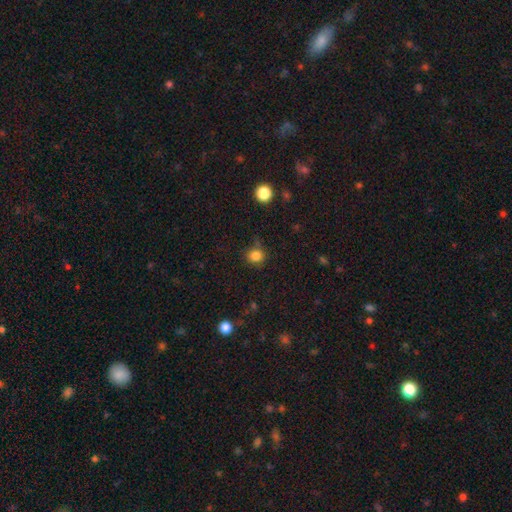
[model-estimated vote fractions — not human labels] Smooth or featured?
  - smooth: 83% *
  - star or artifact: 13%
  - featured or disk: 5%
How rounded?
  - round: 85% *
  - in between: 14%
  - cigar-shaped: 1%
Merging?
  - none: 74% *
  - minor disturbance: 17%
  - major disturbance: 5%
  - merger: 4%